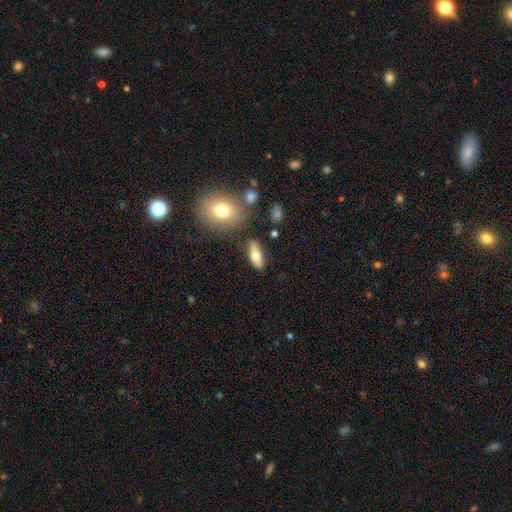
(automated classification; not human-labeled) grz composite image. It shows a smooth galaxy with no disk features (69%) that is in between round and cigar-shaped (72%). Merging: none (80%).